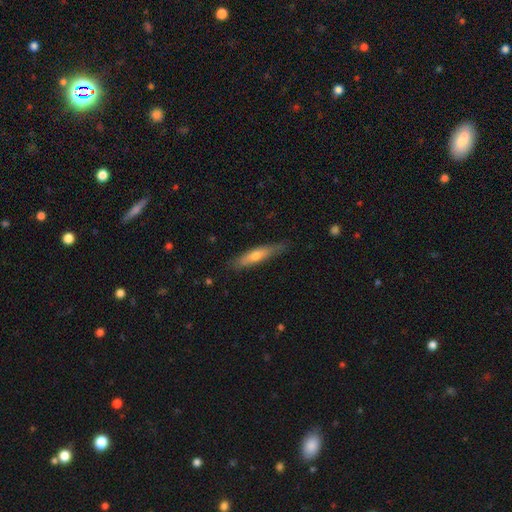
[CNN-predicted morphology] A smooth galaxy with no disk features (54%) that is cigar-shaped (85%).

Vote fractions:
- Smooth or featured? smooth: 54% / featured or disk: 40% / star or artifact: 6%
- How rounded? cigar-shaped: 85% / in between: 14% / round: 2%
- Merging? none: 80% / minor disturbance: 16% / major disturbance: 3% / merger: 1%